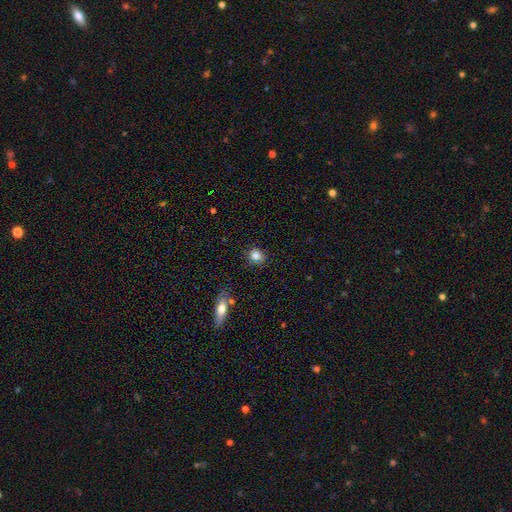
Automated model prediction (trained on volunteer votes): Smooth or featured? Predicted: smooth (p=0.82). How rounded? Predicted: round (p=0.74). Merging? Predicted: none (p=0.81).